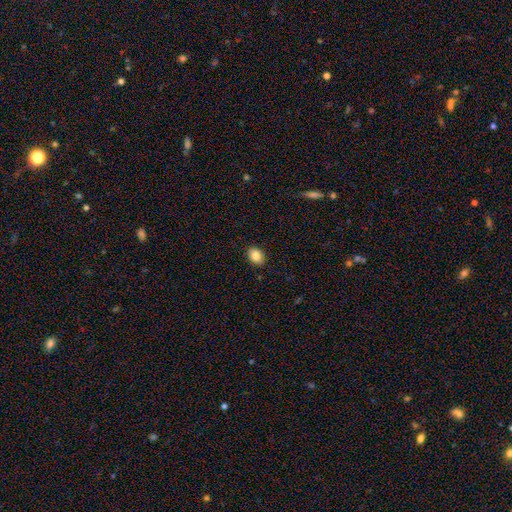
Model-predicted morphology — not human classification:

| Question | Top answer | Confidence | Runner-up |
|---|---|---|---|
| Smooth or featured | smooth | 86% | star or artifact (8%) |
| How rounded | in between | 69% | round (30%) |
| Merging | none | 89% | minor disturbance (8%) |